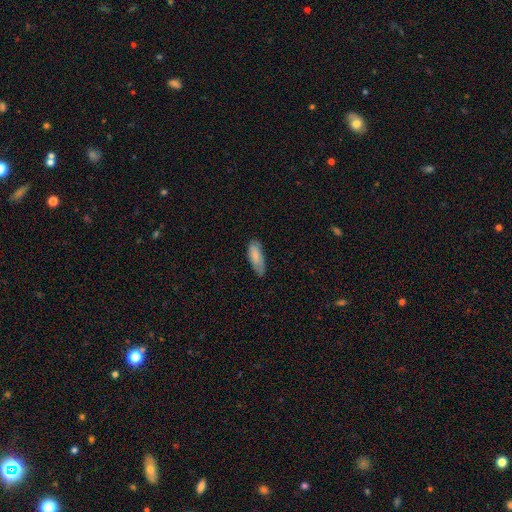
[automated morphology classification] type=smooth (80%); roundness=in between (74%); merging=none (61%).